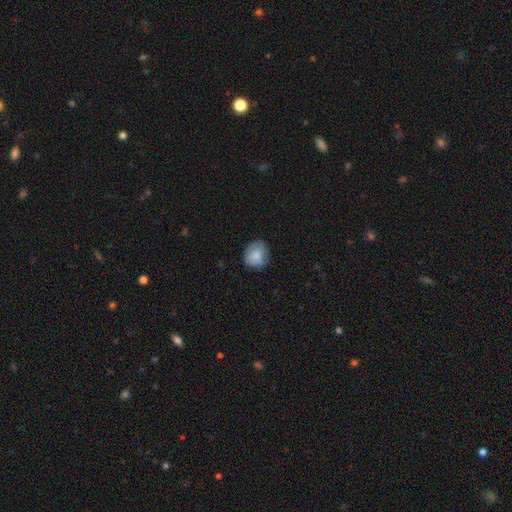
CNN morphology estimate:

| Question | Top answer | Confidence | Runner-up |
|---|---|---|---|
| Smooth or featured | smooth | 83% | featured or disk (10%) |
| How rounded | round | 72% | in between (27%) |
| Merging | none | 75% | minor disturbance (20%) |